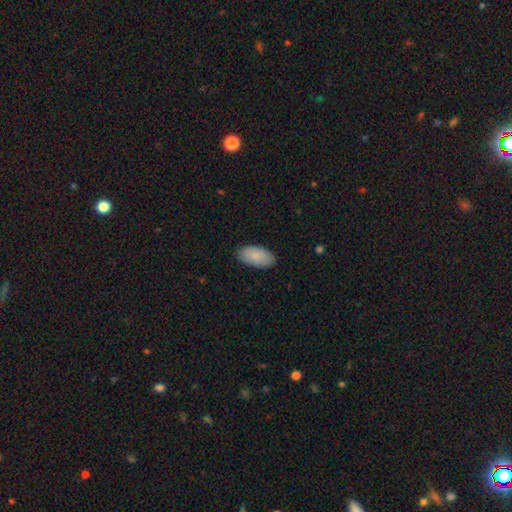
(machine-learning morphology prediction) The model was most divided on "merging": none: 86%, minor disturbance: 11%, major disturbance: 2%, merger: 1%. More confident: how rounded — in between (95%); smooth or featured — smooth (88%).